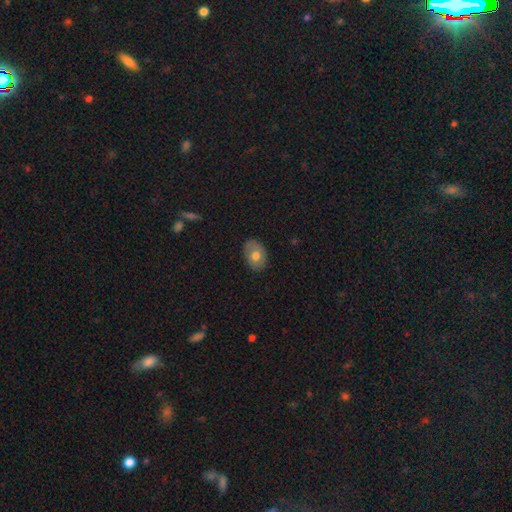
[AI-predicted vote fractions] Q: Smooth or featured?
A: smooth (67%); runner-up: featured or disk (25%)
Q: How rounded?
A: in between (77%); runner-up: round (22%)
Q: Merging?
A: none (81%); runner-up: minor disturbance (15%)